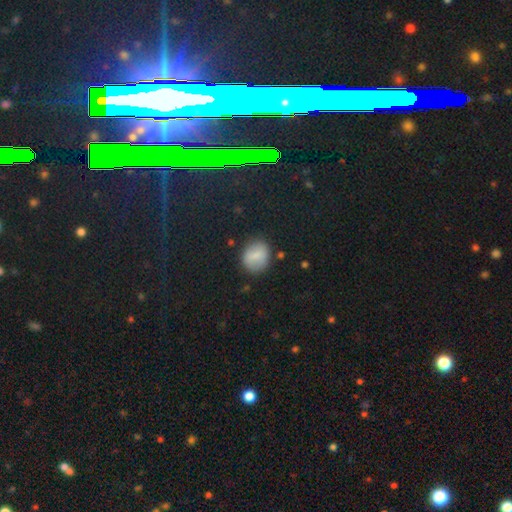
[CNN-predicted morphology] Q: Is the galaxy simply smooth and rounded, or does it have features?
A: smooth — 74%.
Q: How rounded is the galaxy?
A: round — 65%.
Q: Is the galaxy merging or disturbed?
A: none — 80%.